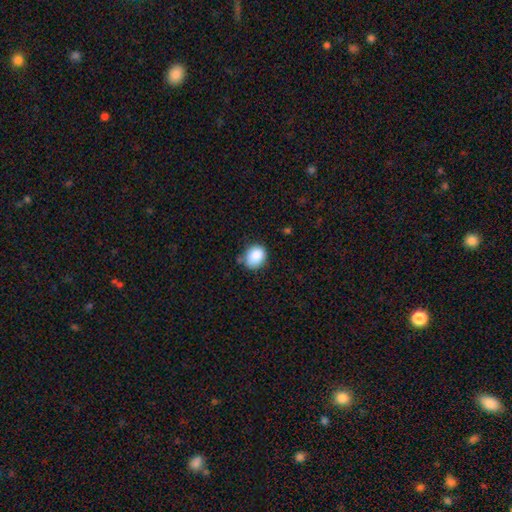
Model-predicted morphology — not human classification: Q: Smooth or featured?
A: smooth (87%); runner-up: star or artifact (9%)
Q: How rounded?
A: round (57%); runner-up: in between (42%)
Q: Merging?
A: none (70%); runner-up: minor disturbance (21%)